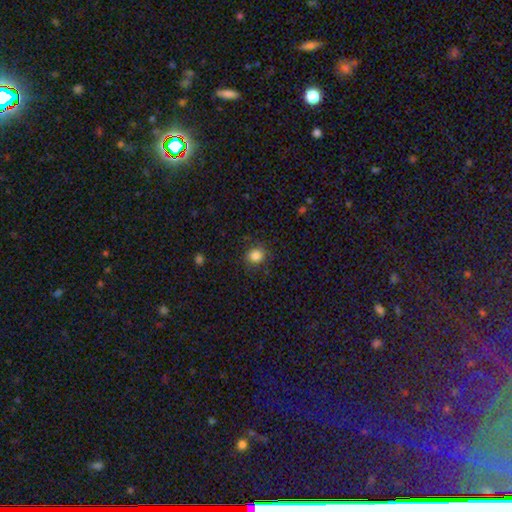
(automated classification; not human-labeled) A smooth galaxy with no disk features (84%) that is round (80%).

Vote fractions:
- Smooth or featured? smooth: 84% / star or artifact: 11% / featured or disk: 5%
- How rounded? round: 80% / in between: 19% / cigar-shaped: 1%
- Merging? none: 84% / minor disturbance: 11% / major disturbance: 3% / merger: 1%